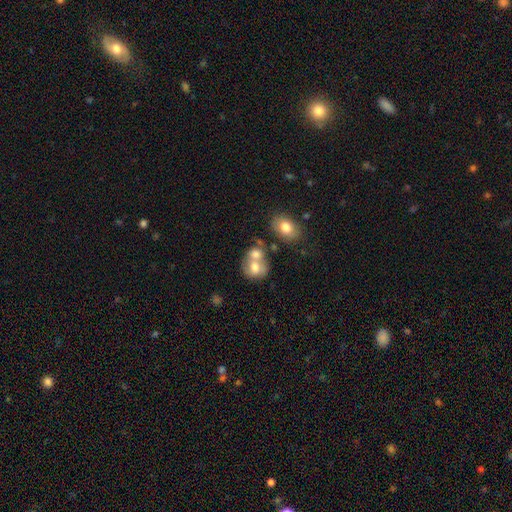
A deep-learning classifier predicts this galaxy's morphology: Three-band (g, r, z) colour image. It shows a smooth galaxy with no disk features (62%) that is round (61%). Merging: merger (58%).